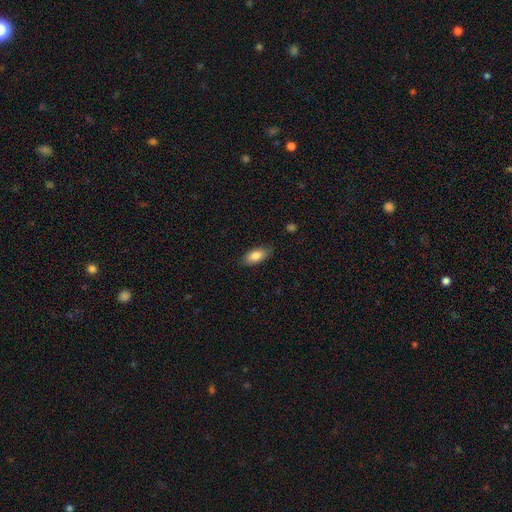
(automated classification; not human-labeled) Smooth or featured?
  - smooth: 83% *
  - featured or disk: 11%
  - star or artifact: 7%
How rounded?
  - in between: 89% *
  - cigar-shaped: 8%
  - round: 3%
Merging?
  - none: 83% *
  - minor disturbance: 13%
  - major disturbance: 3%
  - merger: 1%